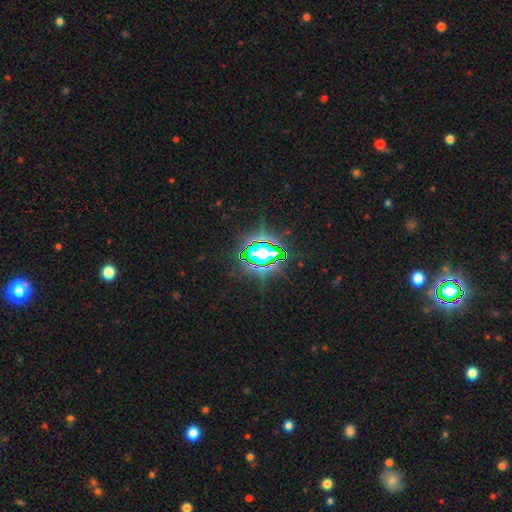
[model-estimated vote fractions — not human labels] smooth-or-featured: star or artifact: 76% | smooth: 14% | featured or disk: 11%